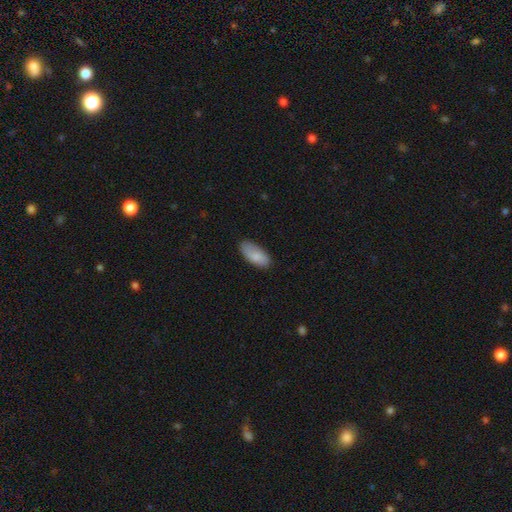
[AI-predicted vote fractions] Morphology: type=smooth (84%); roundness=in between (90%); merging=none (78%).